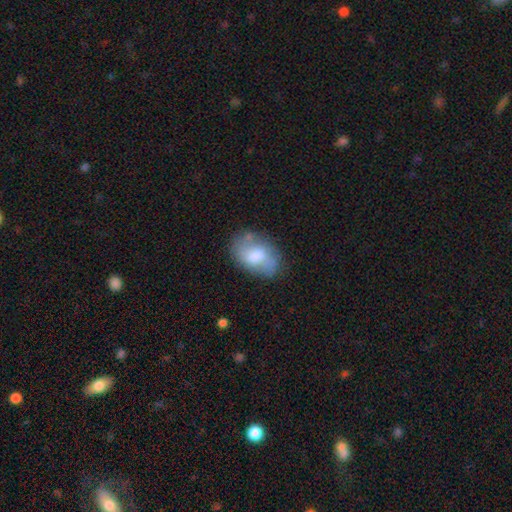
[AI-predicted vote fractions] smooth_or_featured: smooth (p=0.63) [alt: featured or disk p=0.29]
how_rounded: in between (p=0.87) [alt: round p=0.11]
merging: none (p=0.65) [alt: minor disturbance p=0.23]